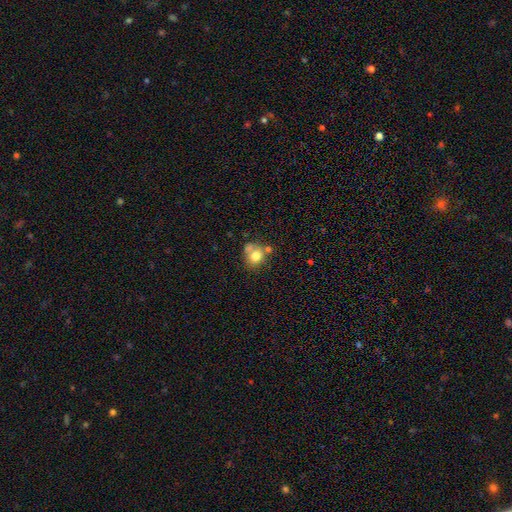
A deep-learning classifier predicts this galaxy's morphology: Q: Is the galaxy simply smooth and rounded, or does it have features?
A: smooth — 75%.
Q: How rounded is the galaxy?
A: round — 68%.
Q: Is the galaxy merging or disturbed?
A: none — 44%.